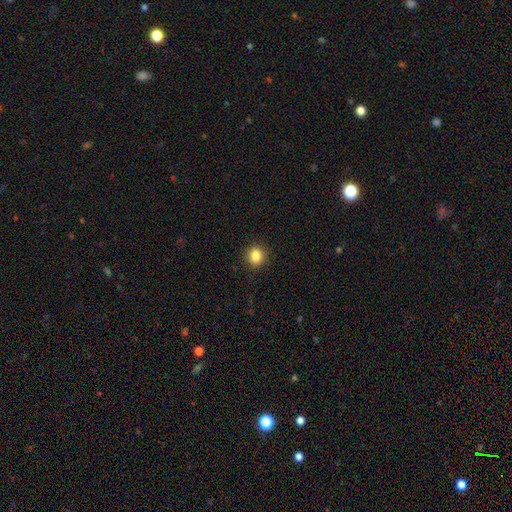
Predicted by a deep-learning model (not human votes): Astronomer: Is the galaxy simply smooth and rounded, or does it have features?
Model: smooth — 84%.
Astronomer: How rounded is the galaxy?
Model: round — 76%.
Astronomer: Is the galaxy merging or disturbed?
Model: none — 89%.